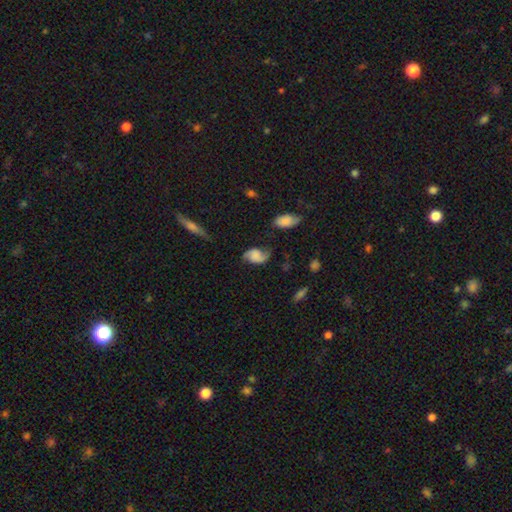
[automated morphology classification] This is possibly a featured or disk galaxy (59%). It is clearly not viewed edge-on (96%). Bar: likely no (63%). Spiral arm pattern: clearly yes (91%). Spiral arm count: clearly 2 (87%). Spiral winding: possibly loose (56%). Central bulge: possibly none (47%). Merging: likely none (61%).